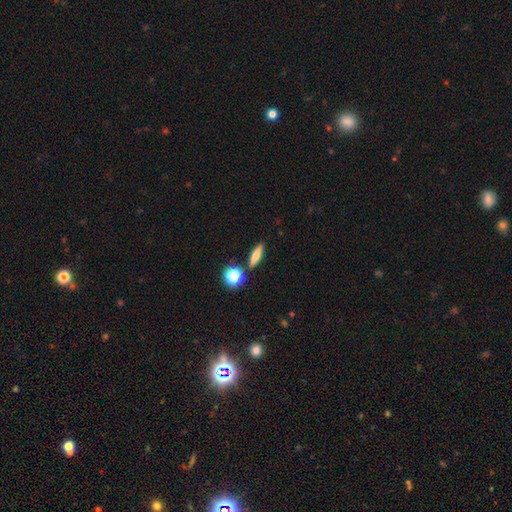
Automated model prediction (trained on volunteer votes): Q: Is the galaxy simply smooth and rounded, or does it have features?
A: smooth — 63%.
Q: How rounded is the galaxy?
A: cigar-shaped — 59%.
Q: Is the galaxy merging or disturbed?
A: none — 83%.